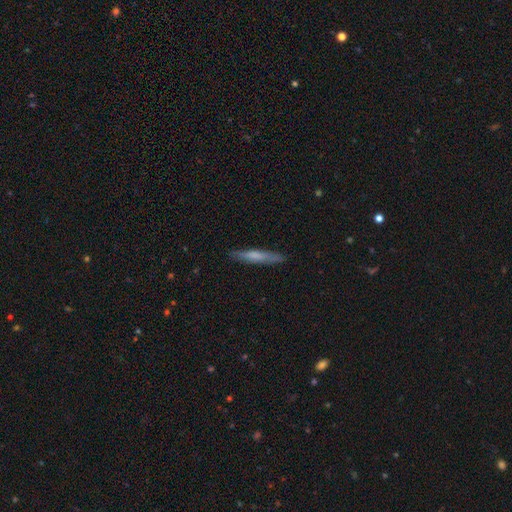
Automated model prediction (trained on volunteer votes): Morphology: type=smooth (60%); roundness=cigar-shaped (93%); merging=none (86%).